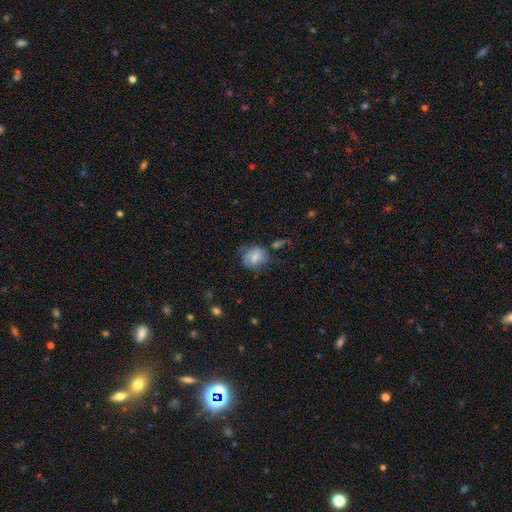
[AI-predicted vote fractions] A smooth galaxy with no disk features (55%) that is round (60%). Merging: none (52%).